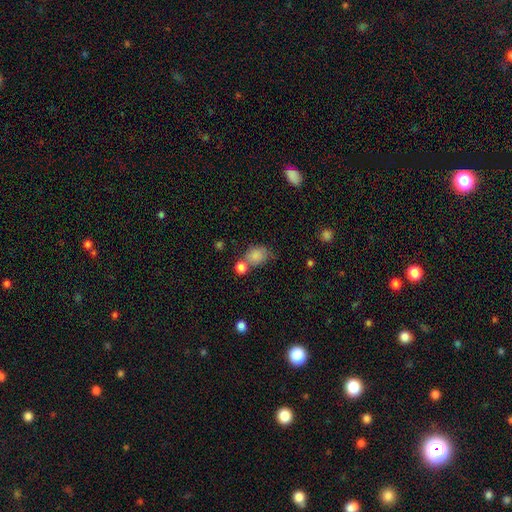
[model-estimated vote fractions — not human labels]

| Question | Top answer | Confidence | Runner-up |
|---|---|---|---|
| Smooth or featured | smooth | 82% | star or artifact (10%) |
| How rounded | in between | 63% | round (36%) |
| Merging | none | 48% | merger (25%) |